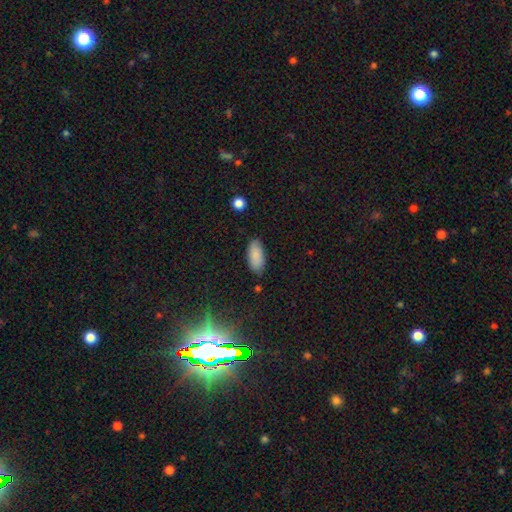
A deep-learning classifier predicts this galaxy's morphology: The model was most divided on "merging": none: 82%, minor disturbance: 14%, major disturbance: 3%, merger: 2%. More confident: how rounded — in between (87%); smooth or featured — smooth (87%).